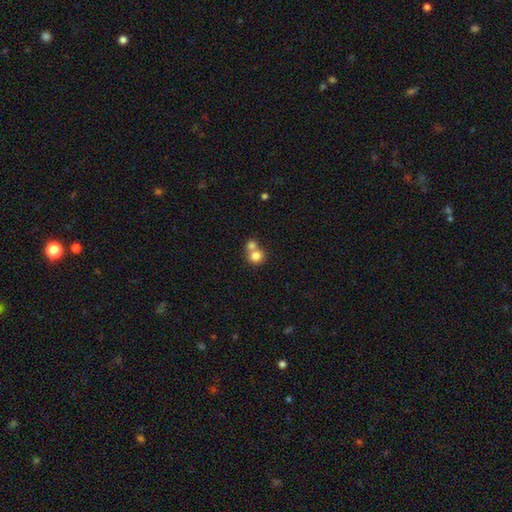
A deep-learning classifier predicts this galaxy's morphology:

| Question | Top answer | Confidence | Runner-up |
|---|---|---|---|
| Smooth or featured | smooth | 79% | featured or disk (11%) |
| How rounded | round | 83% | in between (16%) |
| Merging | merger | 55% | none (37%) |